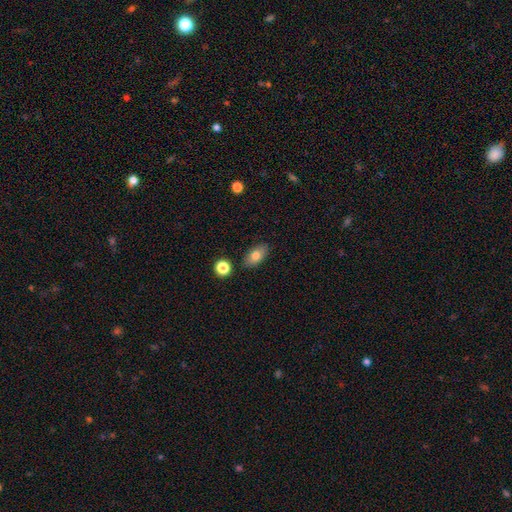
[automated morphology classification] A smooth galaxy with no disk features (77%) that is in between round and cigar-shaped (89%).

Vote fractions:
- Smooth or featured? smooth: 77% / featured or disk: 14% / star or artifact: 8%
- How rounded? in between: 89% / round: 7% / cigar-shaped: 4%
- Merging? none: 85% / minor disturbance: 10% / merger: 3% / major disturbance: 2%